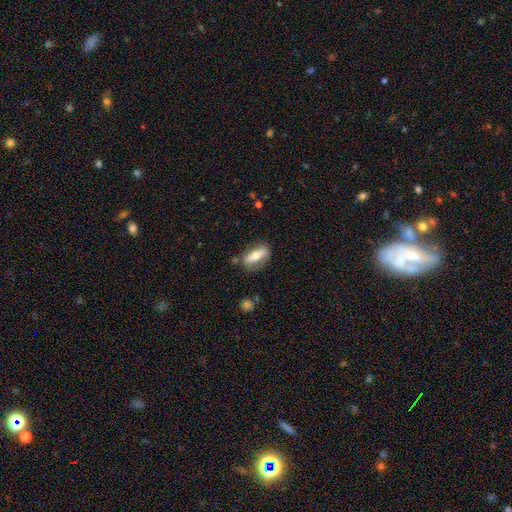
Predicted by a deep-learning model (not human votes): Overall: smooth (52%; featured or disk 41%). How rounded: in between (70%). Merging: none (72%).